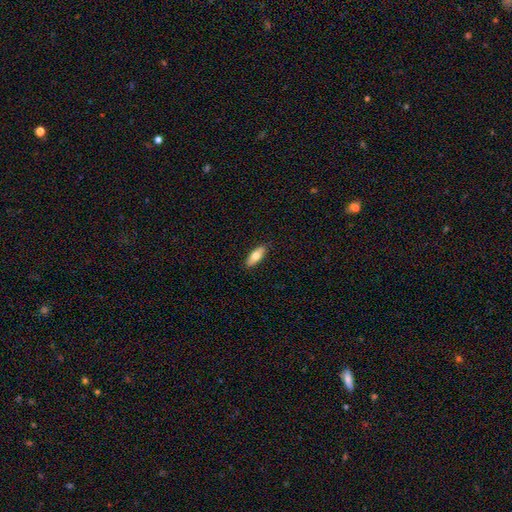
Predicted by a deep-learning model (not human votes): The model was most divided on "how rounded": in between: 73%, cigar-shaped: 25%, round: 2%. More confident: merging — none (88%); smooth or featured — smooth (73%).